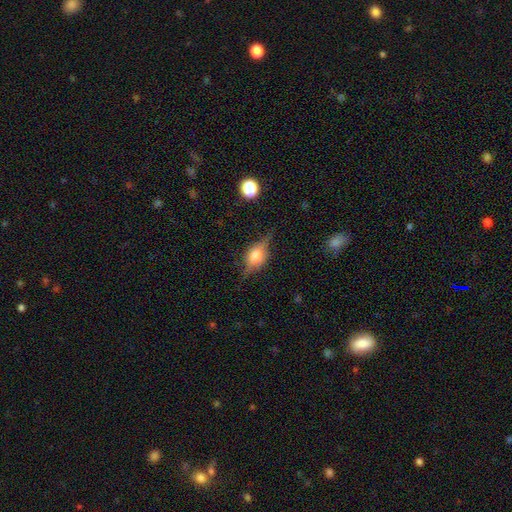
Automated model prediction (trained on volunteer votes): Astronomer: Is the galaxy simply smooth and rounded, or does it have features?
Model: featured or disk — 62%.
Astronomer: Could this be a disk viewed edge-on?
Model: yes — 93%.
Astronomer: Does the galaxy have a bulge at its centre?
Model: rounded — 88%.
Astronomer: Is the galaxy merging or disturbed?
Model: none — 73%.